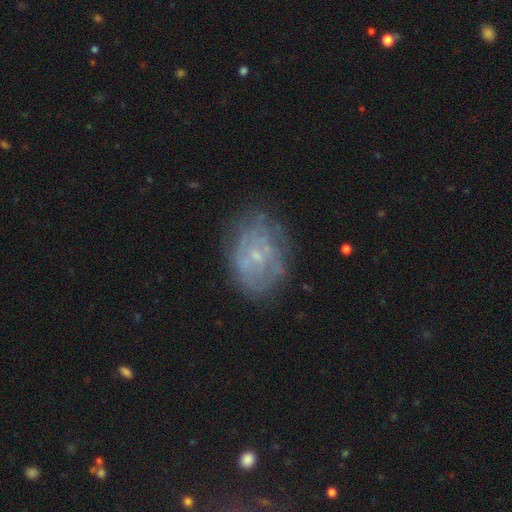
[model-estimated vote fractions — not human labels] Smooth or featured? featured or disk (66%)
Edge-on disk? no (97%)
Bar? no (75%)
Spiral arms? yes (56%)
Bulge size? small (75%)
Merging? none (68%)